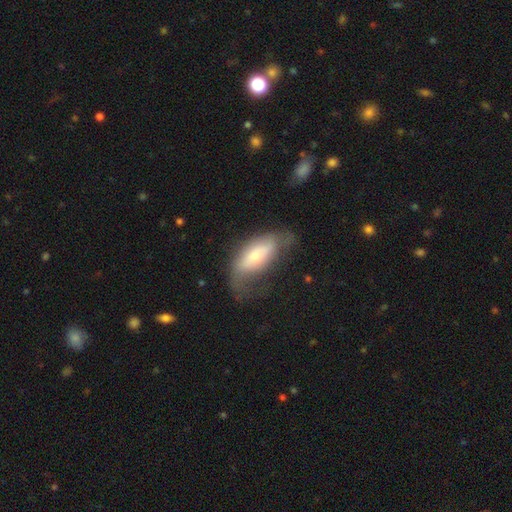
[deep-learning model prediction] Smooth or featured? Predicted: smooth (p=0.52). How rounded? Predicted: in between (p=0.83). Merging? Predicted: none (p=0.37).